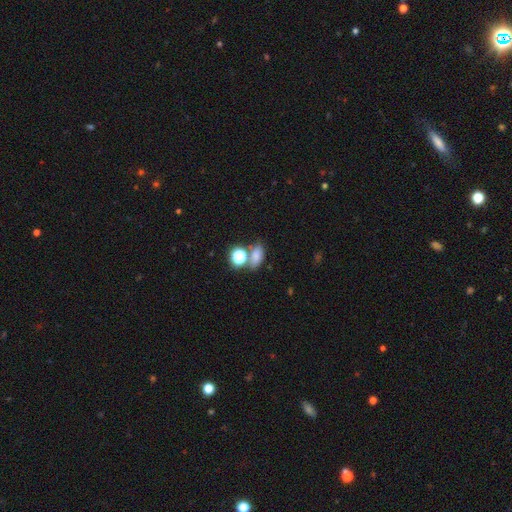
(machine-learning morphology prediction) smooth_or_featured: smooth (p=0.72) [alt: star or artifact p=0.19]
how_rounded: in between (p=0.73) [alt: round p=0.24]
merging: none (p=0.53) [alt: merger p=0.28]